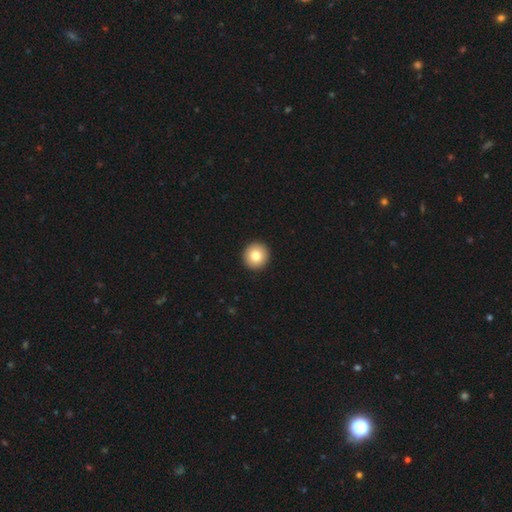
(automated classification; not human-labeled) This is likely a smooth galaxy (79%). How rounded: clearly round (95%). Merging: clearly none (94%).